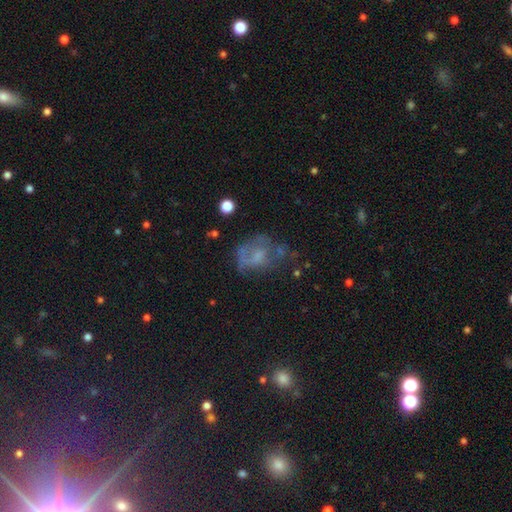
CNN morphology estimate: smooth-or-featured: featured or disk: 45% | smooth: 38% | star or artifact: 17%
  merging: none: 36% | major disturbance: 33% | minor disturbance: 24% | merger: 6%